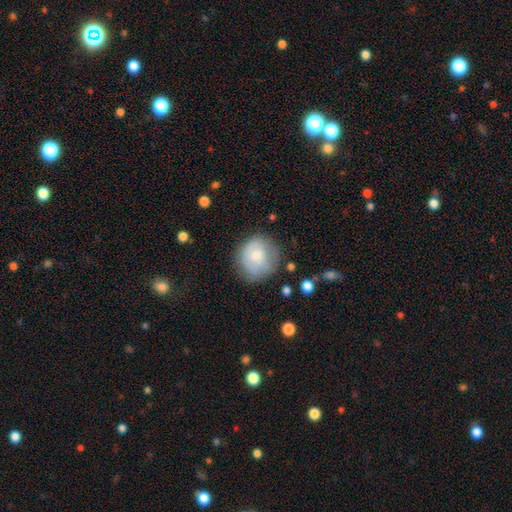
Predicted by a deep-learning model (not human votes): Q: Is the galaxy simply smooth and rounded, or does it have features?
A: smooth — 72%.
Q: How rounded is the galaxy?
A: round — 86%.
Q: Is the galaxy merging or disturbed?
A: none — 69%.